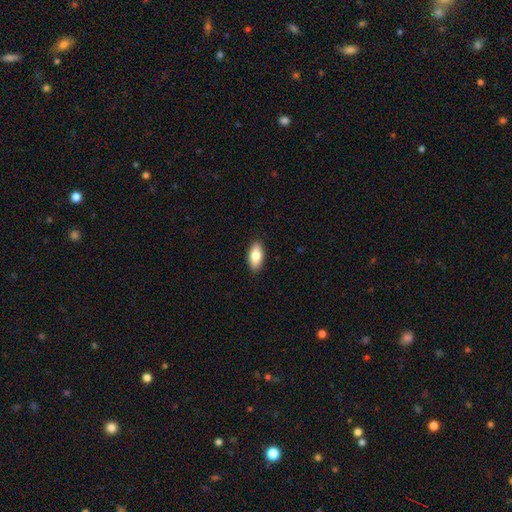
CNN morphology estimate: Q: Smooth or featured?
A: smooth (82%); runner-up: featured or disk (11%)
Q: How rounded?
A: in between (89%); runner-up: cigar-shaped (8%)
Q: Merging?
A: none (90%); runner-up: minor disturbance (7%)